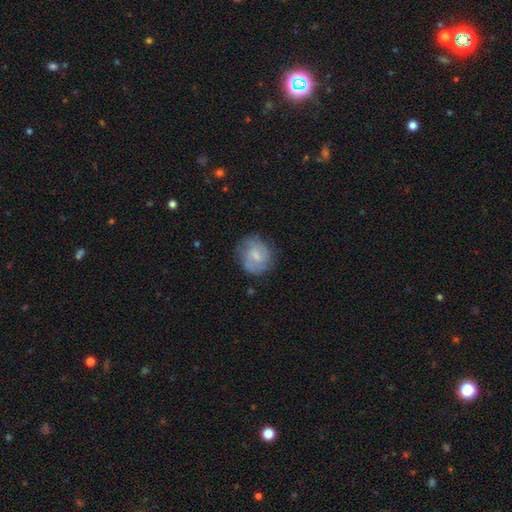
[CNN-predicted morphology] smooth-or-featured: featured or disk: 55% | smooth: 38% | star or artifact: 7%
  disk-edge-on: no: 98% | yes: 2%
    bar: weak: 55% | no: 36% | strong: 10%
    has-spiral-arms: yes: 82% | no: 18%
    bulge-size: small: 42% | moderate: 35% | none: 19% | large: 3% | dominant: 1%
  merging: none: 72% | minor disturbance: 19% | major disturbance: 8% | merger: 1%